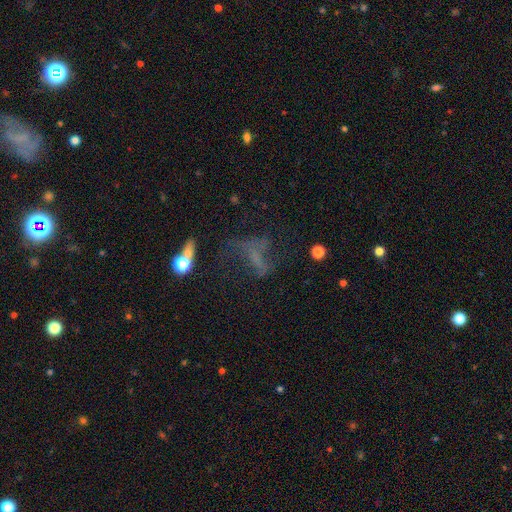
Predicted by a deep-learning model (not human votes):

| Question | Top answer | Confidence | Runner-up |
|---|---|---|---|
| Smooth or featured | featured or disk | 43% | smooth (29%) |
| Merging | major disturbance | 39% | none (36%) |